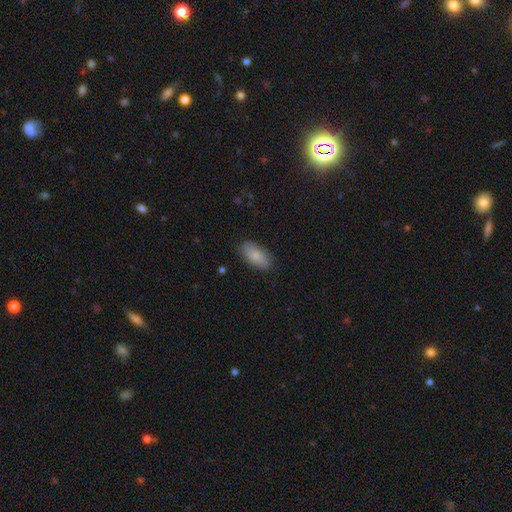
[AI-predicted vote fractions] A smooth galaxy with no disk features (84%) that is in between round and cigar-shaped (92%).

Vote fractions:
- Smooth or featured? smooth: 84% / featured or disk: 10% / star or artifact: 6%
- How rounded? in between: 92% / cigar-shaped: 6% / round: 2%
- Merging? none: 84% / minor disturbance: 12% / major disturbance: 3% / merger: 1%